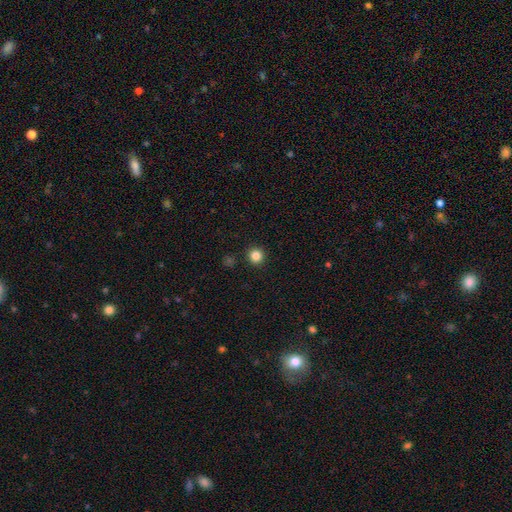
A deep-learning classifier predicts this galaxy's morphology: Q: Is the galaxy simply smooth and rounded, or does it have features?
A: smooth — 85%.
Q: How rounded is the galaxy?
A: round — 94%.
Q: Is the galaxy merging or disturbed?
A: none — 93%.